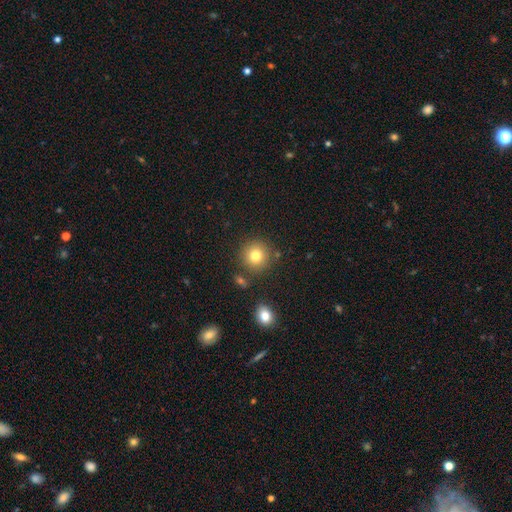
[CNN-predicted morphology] smooth 79%, star or artifact 11%, featured or disk 9%. Down the decision tree: how rounded — round (92%); merging — none (83%).